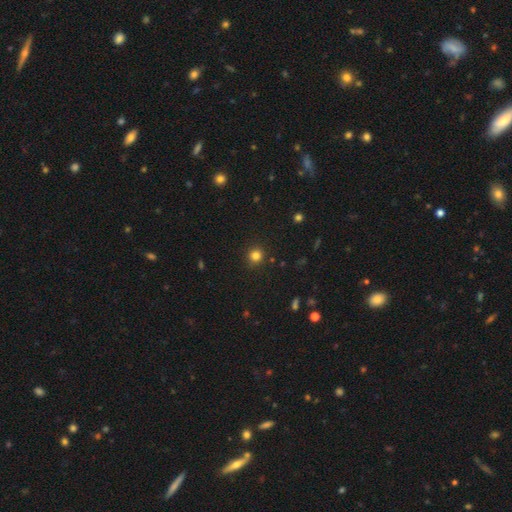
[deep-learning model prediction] Morphology: type=smooth (81%); roundness=round (93%); merging=none (90%).